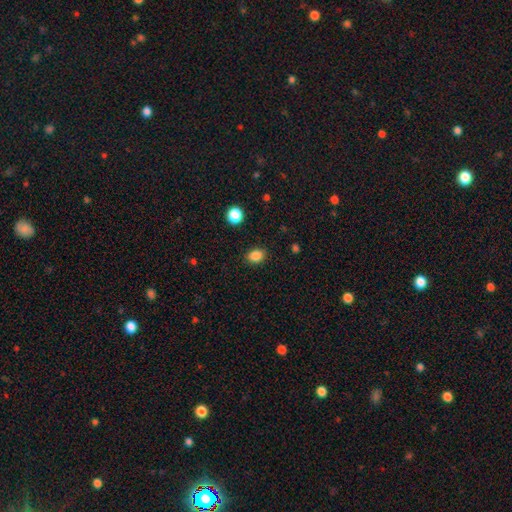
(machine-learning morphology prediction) A smooth galaxy with no disk features (86%) that is in between round and cigar-shaped (59%). Merging: none (88%).